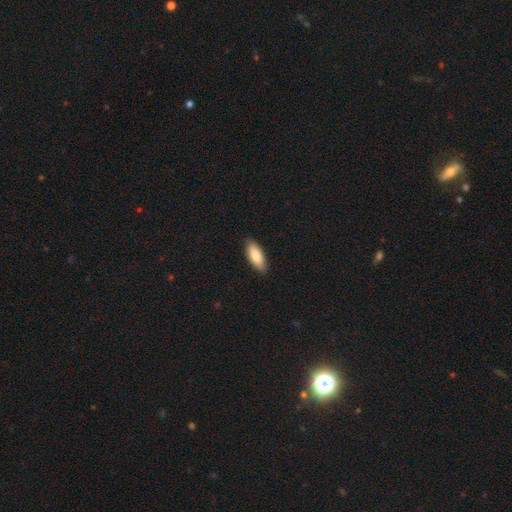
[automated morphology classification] The model was most divided on "how rounded": in between: 78%, cigar-shaped: 20%, round: 2%. More confident: merging — none (88%); smooth or featured — smooth (84%).